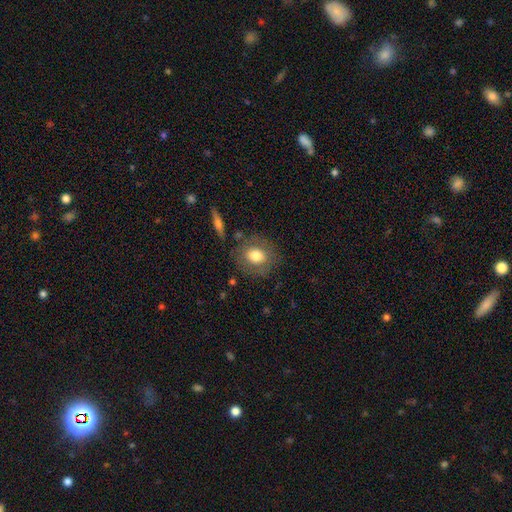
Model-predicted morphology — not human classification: Smooth or featured: smooth — 73% (featured or disk — 18%)
How rounded: round — 67% (in between — 32%)
Merging: none — 79% (minor disturbance — 13%)